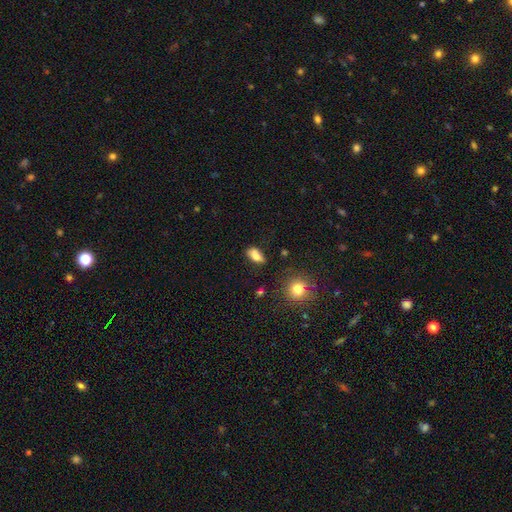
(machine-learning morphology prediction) smooth-or-featured: smooth: 76% | featured or disk: 14% | star or artifact: 10%
  how-rounded: in between: 80% | cigar-shaped: 12% | round: 8%
  merging: none: 59% | minor disturbance: 20% | merger: 15% | major disturbance: 7%